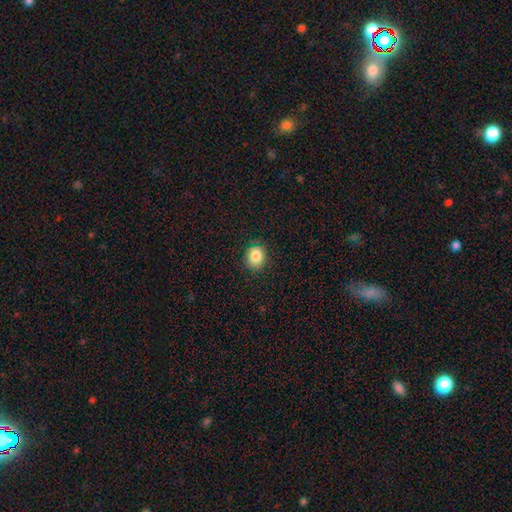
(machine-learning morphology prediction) Smooth or featured? Predicted: smooth (p=0.84). How rounded? Predicted: round (p=0.74). Merging? Predicted: none (p=0.87).